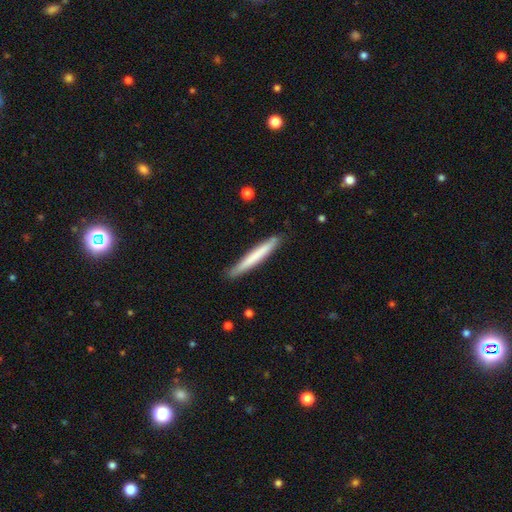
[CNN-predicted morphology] Q: Smooth or featured?
A: smooth (67%); runner-up: featured or disk (28%)
Q: How rounded?
A: cigar-shaped (97%); runner-up: in between (2%)
Q: Merging?
A: none (88%); runner-up: minor disturbance (10%)